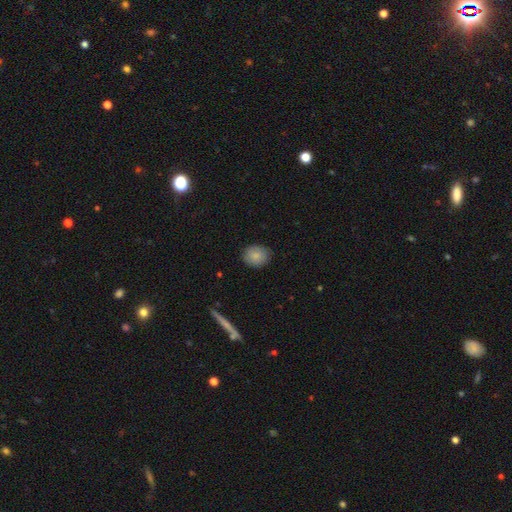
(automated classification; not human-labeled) smooth-or-featured: smooth: 83% | featured or disk: 9% | star or artifact: 8%
  how-rounded: round: 67% | in between: 32% | cigar-shaped: 1%
  merging: none: 84% | minor disturbance: 13% | major disturbance: 2% | merger: 1%